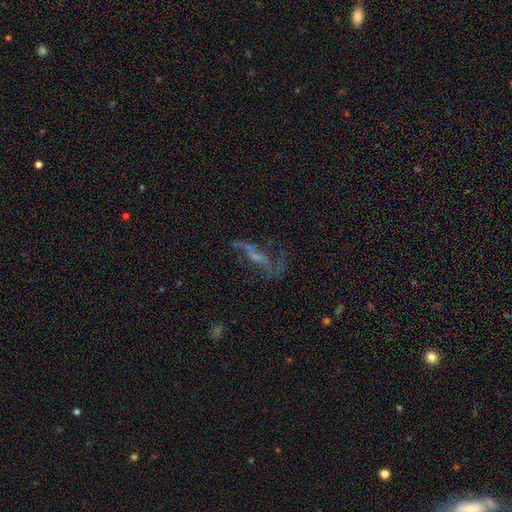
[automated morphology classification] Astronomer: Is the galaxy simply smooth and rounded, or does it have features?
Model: featured or disk — 64%.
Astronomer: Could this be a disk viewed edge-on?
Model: no — 84%.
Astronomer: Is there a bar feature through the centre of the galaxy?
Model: no — 48% (runner-up: weak, 31%).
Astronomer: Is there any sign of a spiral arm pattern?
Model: yes — 56% (runner-up: no, 44%).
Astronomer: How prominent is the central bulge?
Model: small — 43% (runner-up: none, 37%).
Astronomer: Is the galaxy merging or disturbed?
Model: major disturbance — 40% (runner-up: none, 39%).